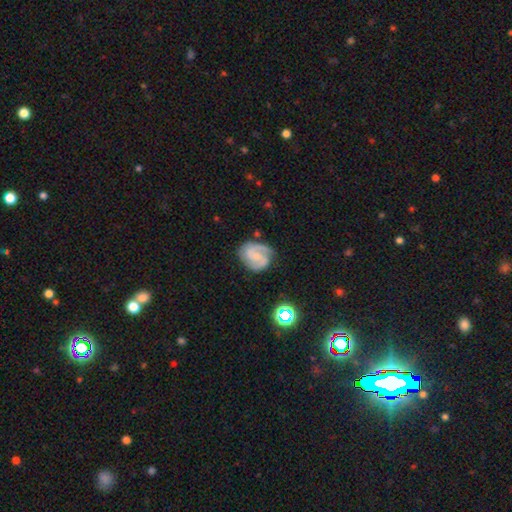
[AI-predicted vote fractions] smooth_or_featured: featured or disk (p=0.80) [alt: smooth p=0.15]
disk_edge_on: no (p=0.98) [alt: yes p=0.02]
bar: weak (p=0.47) [alt: no p=0.43]
has_spiral_arms: yes (p=0.96) [alt: no p=0.04]
spiral_winding: medium (p=0.49) [alt: tight p=0.35]
spiral_arm_count: 2 (p=0.79) [alt: can't tell p=0.07]
bulge_size: small (p=0.59) [alt: moderate p=0.21]
merging: none (p=0.70) [alt: minor disturbance p=0.20]